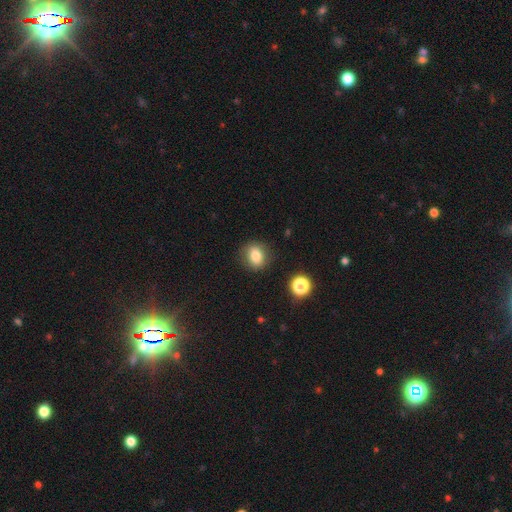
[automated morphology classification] This is clearly a smooth galaxy (80%). How rounded: possibly round (60%). Merging: clearly none (85%).